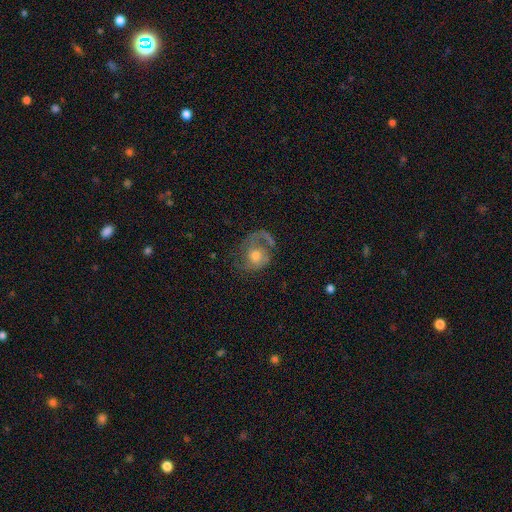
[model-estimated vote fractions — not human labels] Smooth or featured? Predicted: featured or disk (p=0.64). Edge-on disk? Predicted: no (p=0.97). Bar? Predicted: no (p=0.74). Spiral arms? Predicted: yes (p=0.80). Spiral winding? Predicted: medium (p=0.42). Spiral arm count? Predicted: 1 (p=0.46). Bulge size? Predicted: moderate (p=0.65). Merging? Predicted: none (p=0.42).